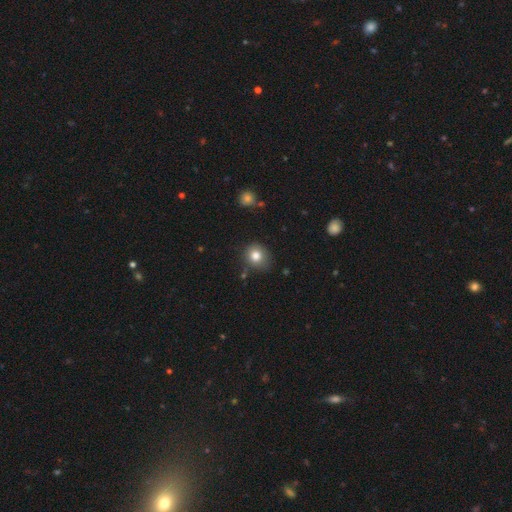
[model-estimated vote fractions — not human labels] Smooth or featured: smooth — 80% (star or artifact — 11%)
How rounded: round — 73% (in between — 26%)
Merging: none — 77% (minor disturbance — 17%)